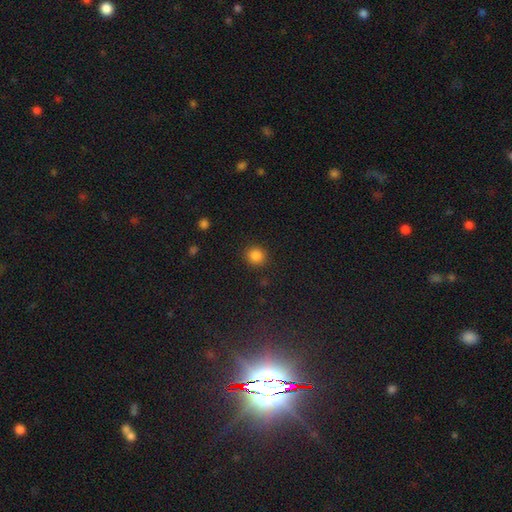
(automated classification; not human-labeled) Smooth or featured: smooth — 85% (star or artifact — 11%)
How rounded: round — 87% (in between — 12%)
Merging: none — 89% (minor disturbance — 7%)